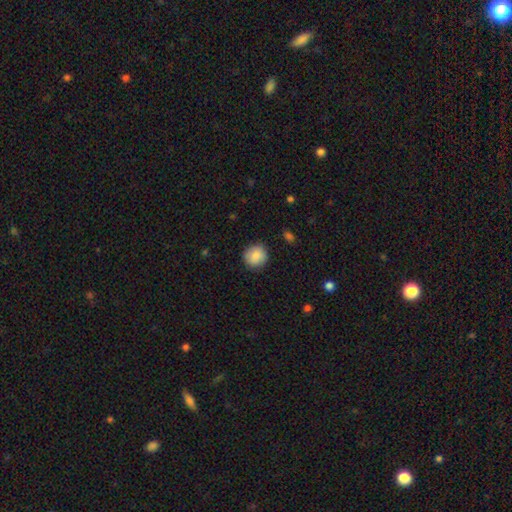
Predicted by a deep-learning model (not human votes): smooth_or_featured: smooth (p=0.86) [alt: star or artifact p=0.07]
how_rounded: round (p=0.89) [alt: in between p=0.10]
merging: none (p=0.87) [alt: minor disturbance p=0.10]